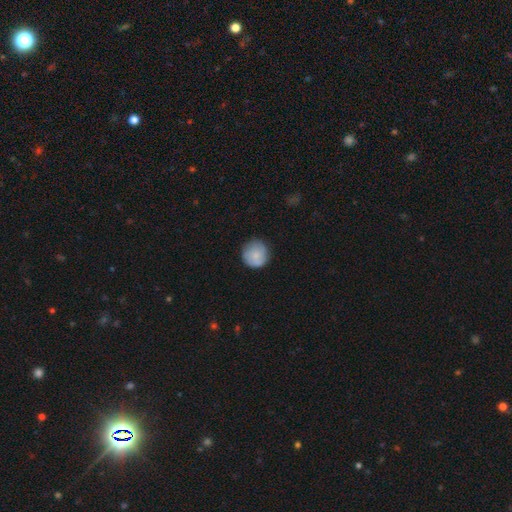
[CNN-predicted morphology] smooth_or_featured: smooth (p=0.81) [alt: featured or disk p=0.13]
how_rounded: round (p=0.94) [alt: in between p=0.05]
merging: none (p=0.81) [alt: minor disturbance p=0.15]